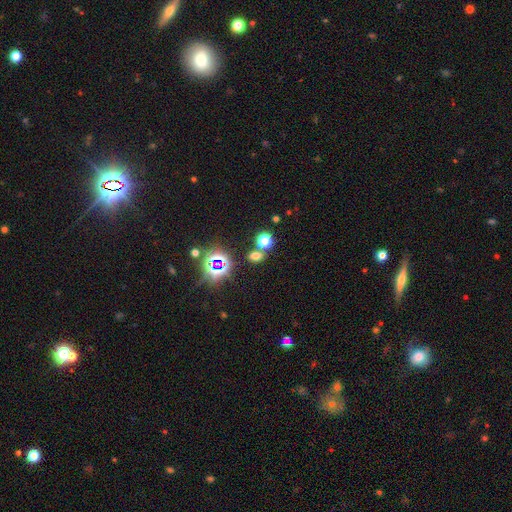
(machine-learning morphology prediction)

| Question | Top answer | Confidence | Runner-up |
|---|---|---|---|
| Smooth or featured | smooth | 55% | star or artifact (38%) |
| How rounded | in between | 59% | round (38%) |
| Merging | none | 67% | merger (20%) |